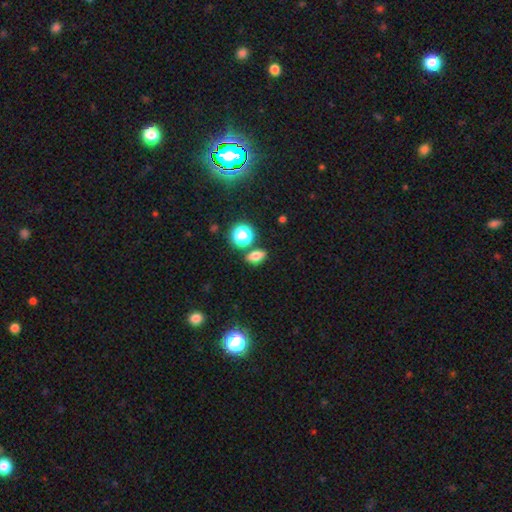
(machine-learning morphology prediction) Smooth or featured? smooth (72%)
How rounded? in between (75%)
Merging? none (79%)